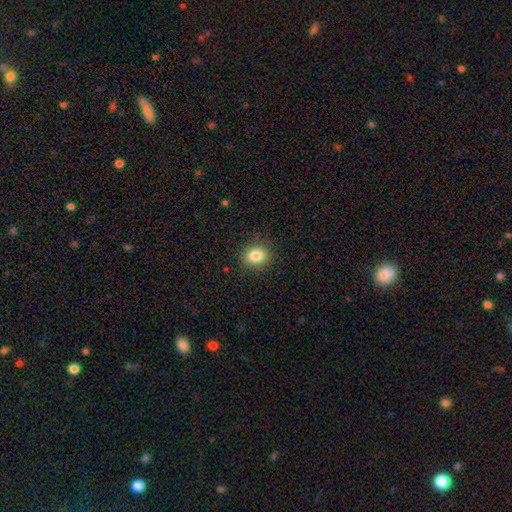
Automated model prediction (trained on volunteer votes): A smooth galaxy with no disk features (83%) that is round (75%). Merging: none (88%).